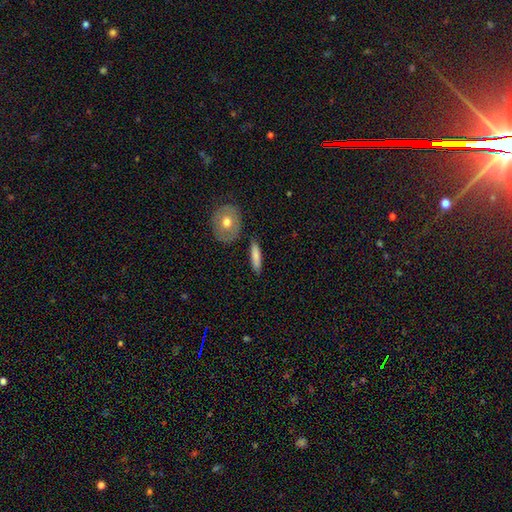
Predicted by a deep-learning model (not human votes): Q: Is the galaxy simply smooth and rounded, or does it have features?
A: smooth — 76%.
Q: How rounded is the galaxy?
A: cigar-shaped — 67%.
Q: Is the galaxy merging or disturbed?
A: none — 84%.